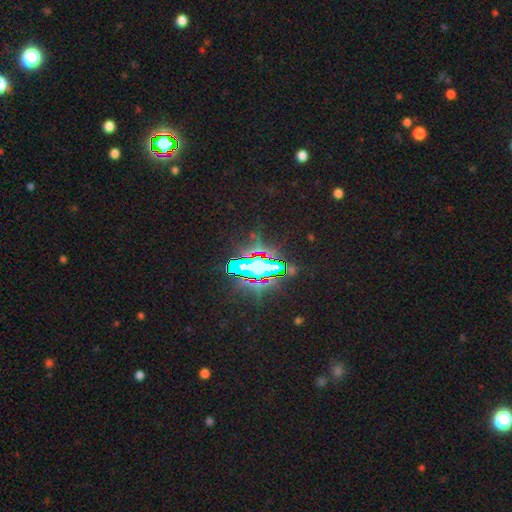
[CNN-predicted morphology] This appears to be a star or artifact, not a galaxy (81%).